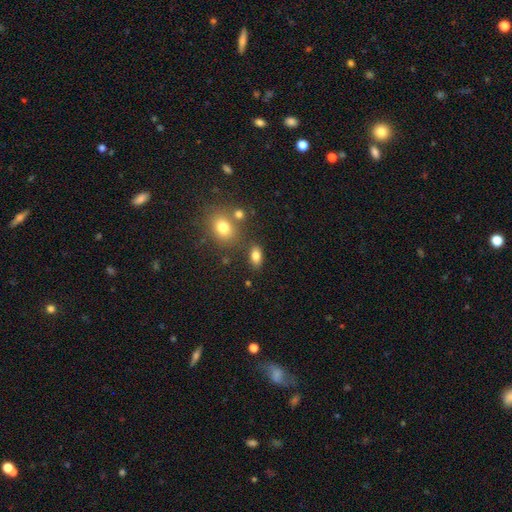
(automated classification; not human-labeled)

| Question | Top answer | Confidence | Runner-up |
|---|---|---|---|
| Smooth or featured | smooth | 82% | star or artifact (11%) |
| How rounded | in between | 87% | round (10%) |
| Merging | none | 77% | minor disturbance (12%) |